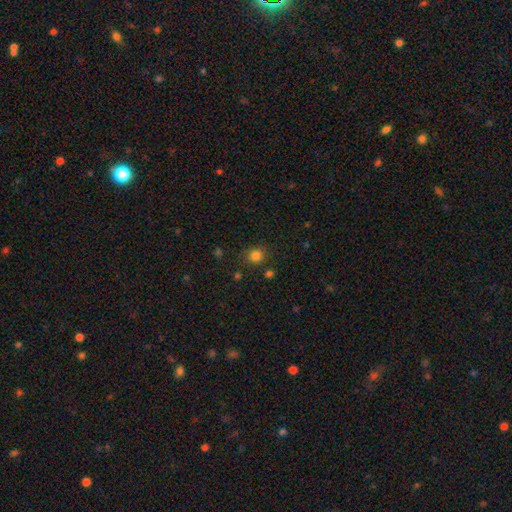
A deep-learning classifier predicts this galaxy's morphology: The model was most divided on "smooth or featured": smooth: 82%, star or artifact: 14%, featured or disk: 4%. More confident: how rounded — round (85%); merging — none (84%).